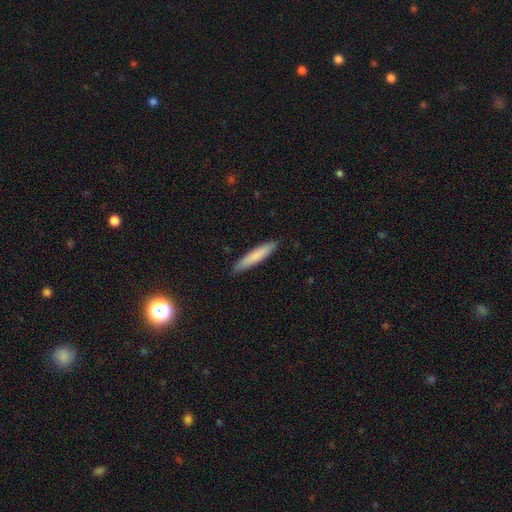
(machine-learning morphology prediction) smooth-or-featured: smooth: 80% | featured or disk: 14% | star or artifact: 6%
  how-rounded: cigar-shaped: 90% | in between: 9% | round: 1%
  merging: none: 88% | minor disturbance: 9% | major disturbance: 2% | merger: 1%